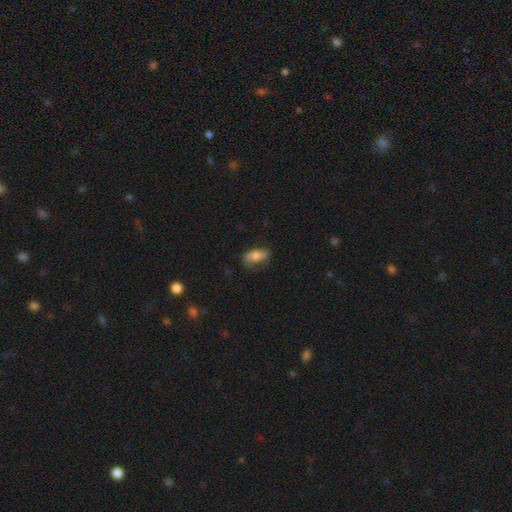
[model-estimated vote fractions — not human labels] The model was most divided on "merging": none: 57%, minor disturbance: 28%, major disturbance: 13%, merger: 2%. More confident: how rounded — in between (86%); smooth or featured — smooth (65%).